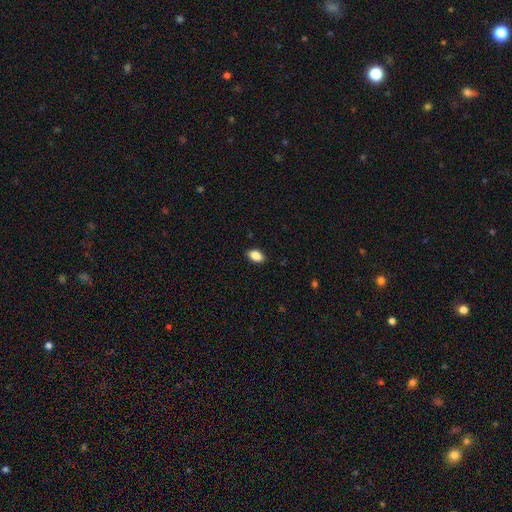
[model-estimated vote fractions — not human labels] Overall: smooth (88%). How rounded: in between (89%). Merging: none (89%).